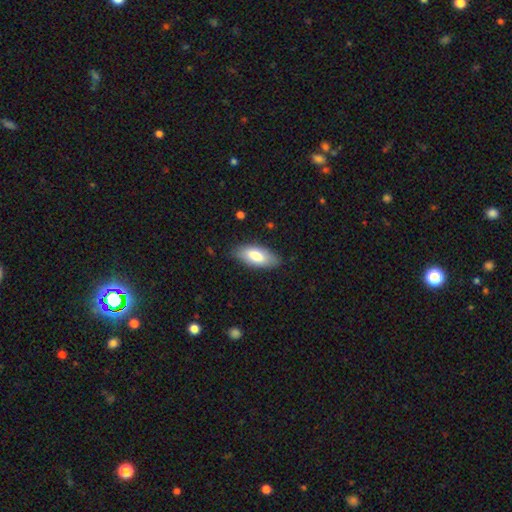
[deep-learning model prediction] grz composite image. It shows a smooth galaxy with no disk features (77%) that is in between round and cigar-shaped (87%). Merging: none (82%).